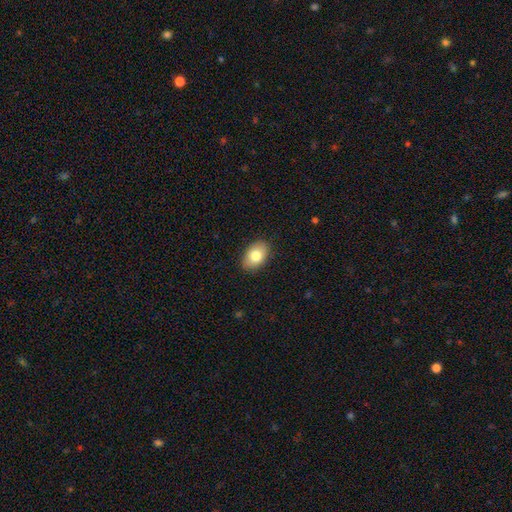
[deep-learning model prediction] The model was most divided on "smooth or featured": smooth: 80%, featured or disk: 13%, star or artifact: 7%. More confident: merging — none (88%); how rounded — in between (88%).